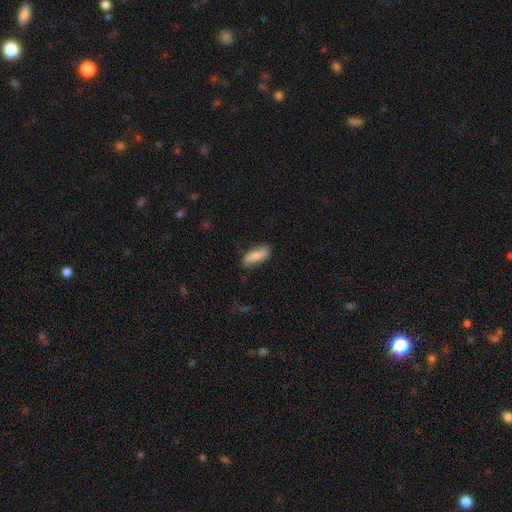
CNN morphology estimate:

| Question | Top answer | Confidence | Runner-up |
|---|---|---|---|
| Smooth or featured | smooth | 83% | featured or disk (11%) |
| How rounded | in between | 58% | cigar-shaped (40%) |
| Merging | none | 76% | minor disturbance (18%) |